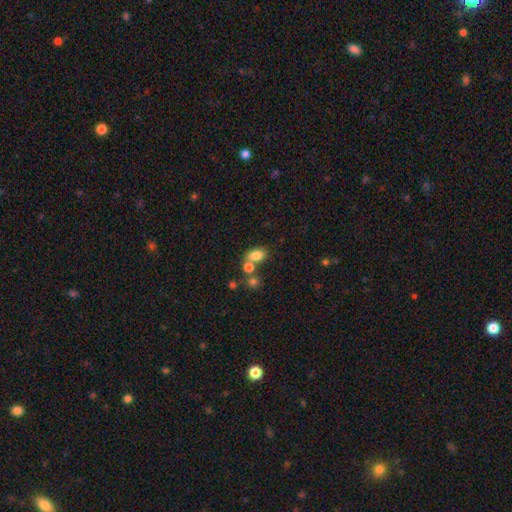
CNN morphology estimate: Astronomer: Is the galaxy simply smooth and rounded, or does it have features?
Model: smooth — 81%.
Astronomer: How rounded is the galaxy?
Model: in between — 82%.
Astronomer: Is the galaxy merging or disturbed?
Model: none — 52% (runner-up: merger, 31%).